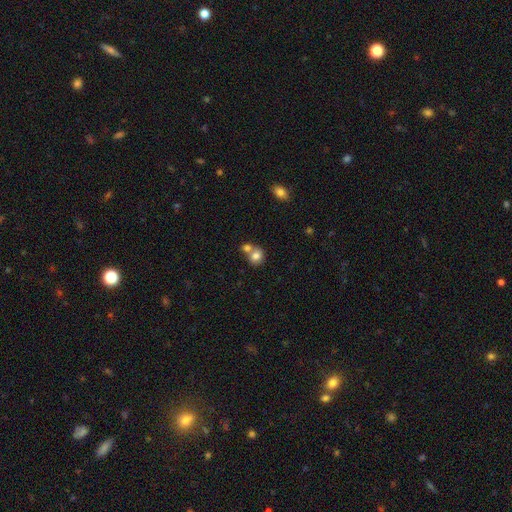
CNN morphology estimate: Smooth or featured? Predicted: smooth (p=0.79). How rounded? Predicted: round (p=0.77). Merging? Predicted: merger (p=0.50).